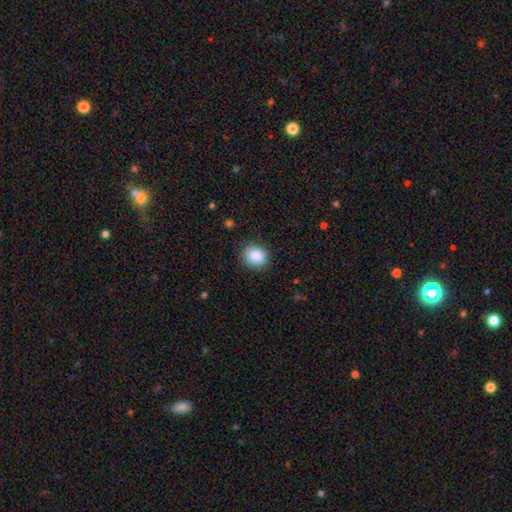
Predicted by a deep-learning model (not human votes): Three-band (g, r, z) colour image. It shows a smooth galaxy with no disk features (88%) that is round (72%). Merging: none (86%).